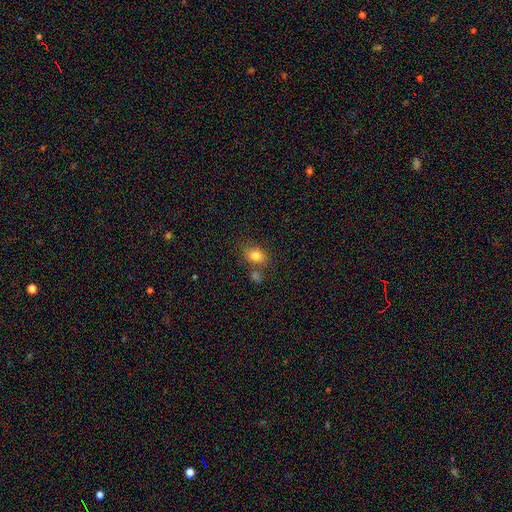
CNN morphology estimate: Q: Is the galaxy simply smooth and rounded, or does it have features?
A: smooth — 81%.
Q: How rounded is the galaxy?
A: in between — 68%.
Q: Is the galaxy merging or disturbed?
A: none — 62%.